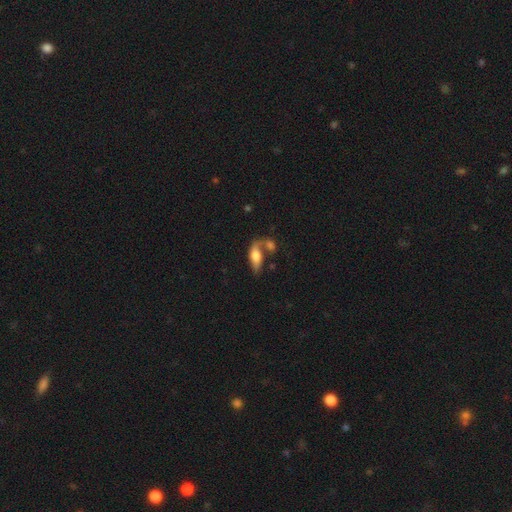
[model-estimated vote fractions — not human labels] Morphology: type=smooth (64%); roundness=in between (72%); merging=none (38%).